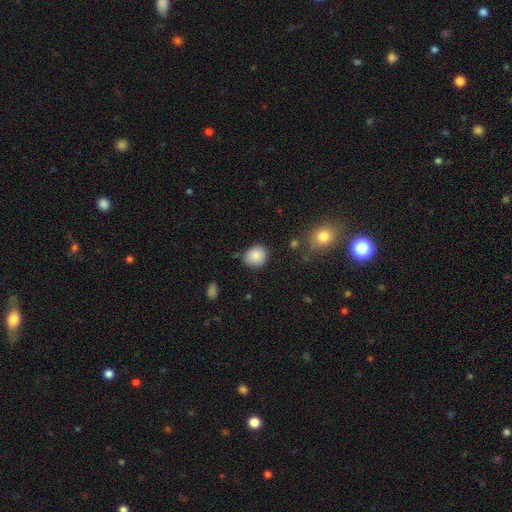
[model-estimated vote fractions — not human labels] Smooth or featured? smooth (86%)
How rounded? round (72%)
Merging? none (78%)